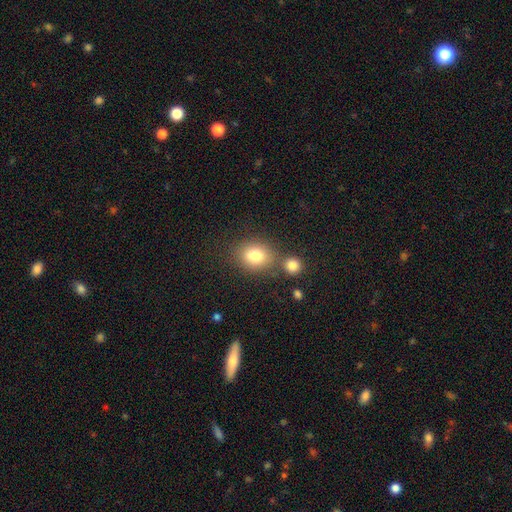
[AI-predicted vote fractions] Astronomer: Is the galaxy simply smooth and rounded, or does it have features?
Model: smooth — 79%.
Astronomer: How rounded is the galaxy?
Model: round — 57% (runner-up: in between, 41%).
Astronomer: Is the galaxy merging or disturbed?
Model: none — 63%.